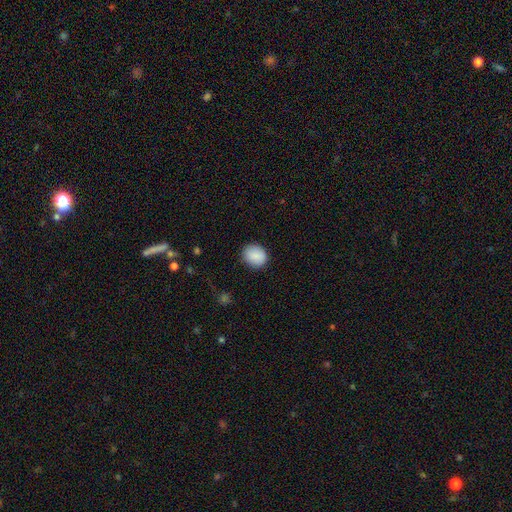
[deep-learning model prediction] smooth 88%, star or artifact 8%, featured or disk 5%. Down the decision tree: how rounded — round (64%); merging — none (86%).